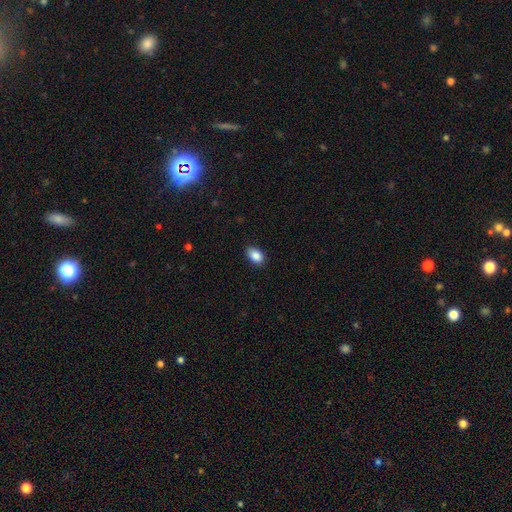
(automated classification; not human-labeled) Smooth or featured? Predicted: smooth (p=0.88). How rounded? Predicted: in between (p=0.89). Merging? Predicted: none (p=0.87).